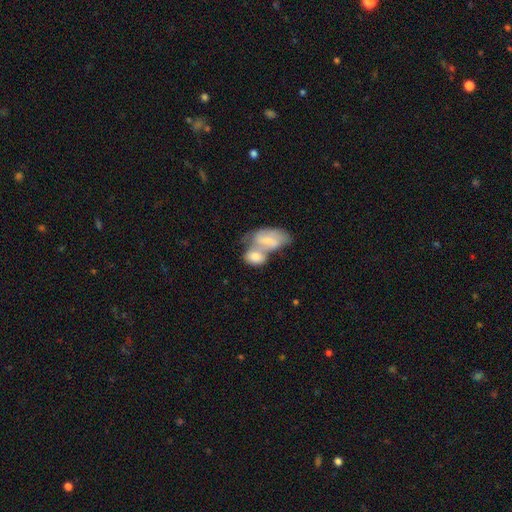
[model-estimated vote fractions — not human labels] smooth_or_featured: smooth (p=0.59) [alt: featured or disk p=0.33]
how_rounded: in between (p=0.85) [alt: round p=0.10]
merging: merger (p=0.71) [alt: none p=0.16]